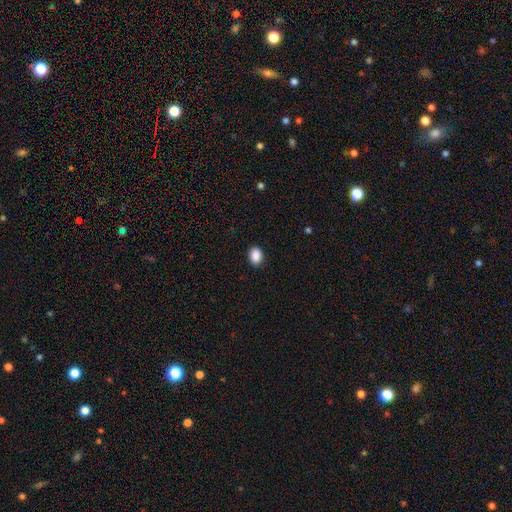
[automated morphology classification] A smooth galaxy with no disk features (89%) that is in between round and cigar-shaped (71%). Merging: none (89%).